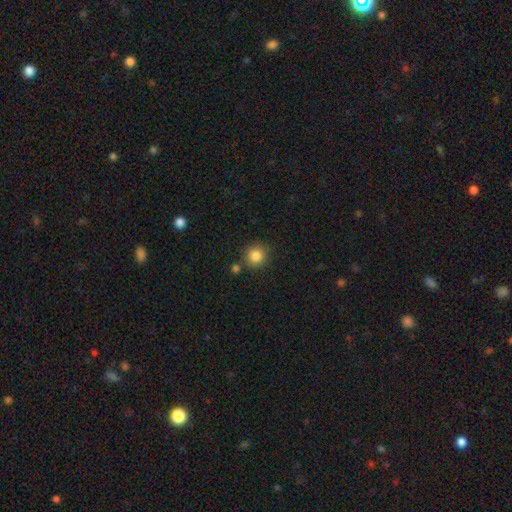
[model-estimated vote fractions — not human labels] Smooth or featured?
  - smooth: 85% *
  - star or artifact: 10%
  - featured or disk: 5%
How rounded?
  - round: 90% *
  - in between: 9%
  - cigar-shaped: 1%
Merging?
  - none: 80% *
  - minor disturbance: 9%
  - merger: 8%
  - major disturbance: 3%